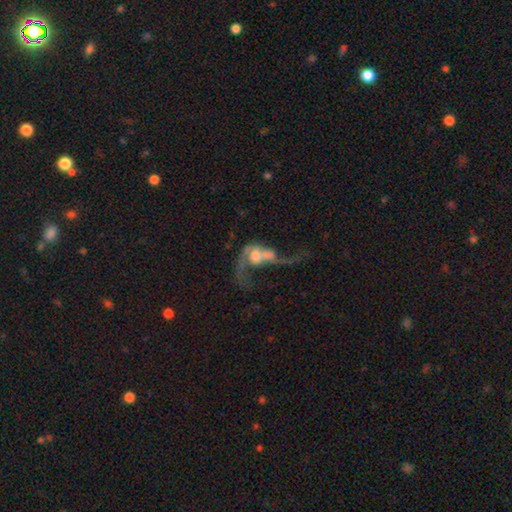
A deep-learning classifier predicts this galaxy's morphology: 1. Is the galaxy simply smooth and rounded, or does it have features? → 65% featured or disk, 26% smooth, 9% star or artifact.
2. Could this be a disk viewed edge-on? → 96% no, 4% yes.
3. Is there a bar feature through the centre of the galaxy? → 69% no, 25% weak, 7% strong.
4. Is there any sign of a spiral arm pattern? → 69% yes, 31% no.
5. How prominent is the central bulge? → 49% moderate, 25% large, 15% small, 7% none, 4% dominant.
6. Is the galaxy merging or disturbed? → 64% merger, 21% major disturbance, 10% none, 5% minor disturbance.